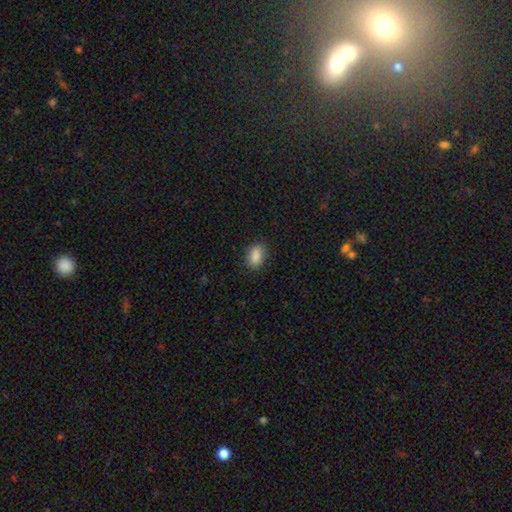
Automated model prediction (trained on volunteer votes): A smooth galaxy with no disk features (89%) that is in between round and cigar-shaped (84%).

Vote fractions:
- Smooth or featured? smooth: 89% / star or artifact: 8% / featured or disk: 3%
- How rounded? in between: 84% / round: 15% / cigar-shaped: 2%
- Merging? none: 86% / minor disturbance: 10% / major disturbance: 3% / merger: 1%